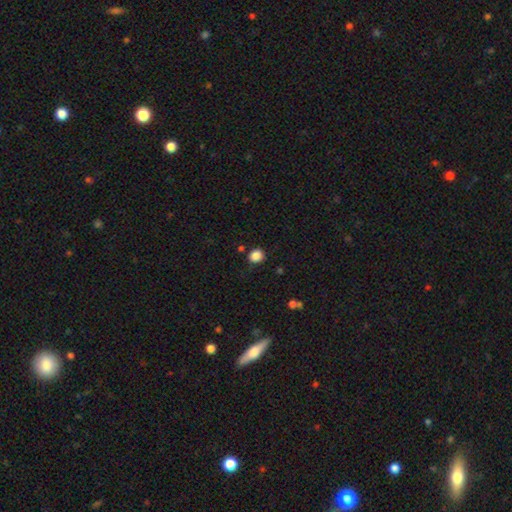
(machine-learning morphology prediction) smooth-or-featured: smooth: 86% | star or artifact: 10% | featured or disk: 3%
  how-rounded: round: 71% | in between: 28% | cigar-shaped: 1%
  merging: none: 83% | minor disturbance: 12% | major disturbance: 3% | merger: 3%